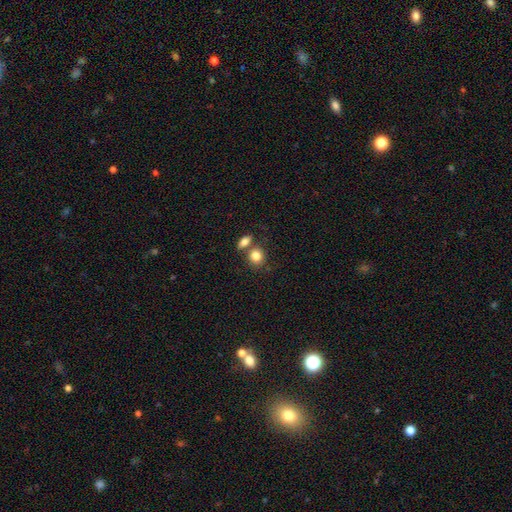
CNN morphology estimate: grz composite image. It shows a smooth galaxy with no disk features (83%) that is round (69%). Merging: none (58%).